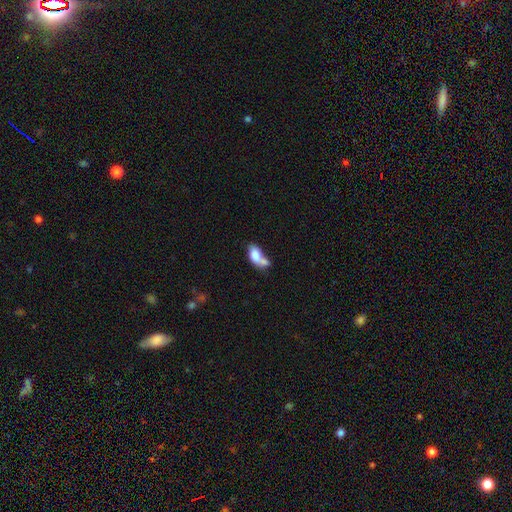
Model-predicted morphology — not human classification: A smooth galaxy with no disk features (73%) that is in between round and cigar-shaped (85%).

Vote fractions:
- Smooth or featured? smooth: 73% / featured or disk: 19% / star or artifact: 8%
- How rounded? in between: 85% / round: 9% / cigar-shaped: 6%
- Merging? merger: 58% / none: 19% / minor disturbance: 12% / major disturbance: 10%